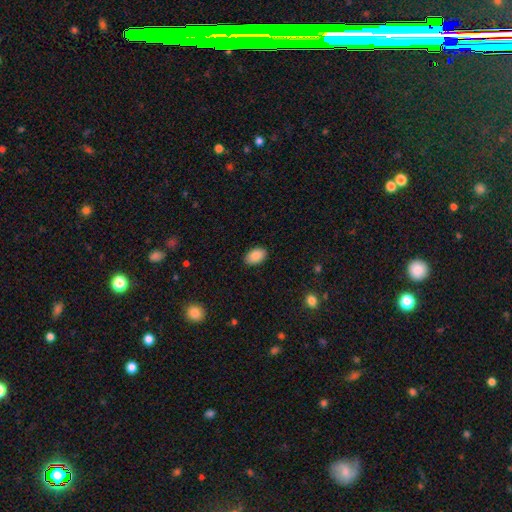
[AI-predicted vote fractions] A smooth galaxy with no disk features (88%) that is in between round and cigar-shaped (91%).

Vote fractions:
- Smooth or featured? smooth: 88% / star or artifact: 7% / featured or disk: 5%
- How rounded? in between: 91% / round: 8% / cigar-shaped: 1%
- Merging? none: 88% / minor disturbance: 9% / major disturbance: 2% / merger: 1%